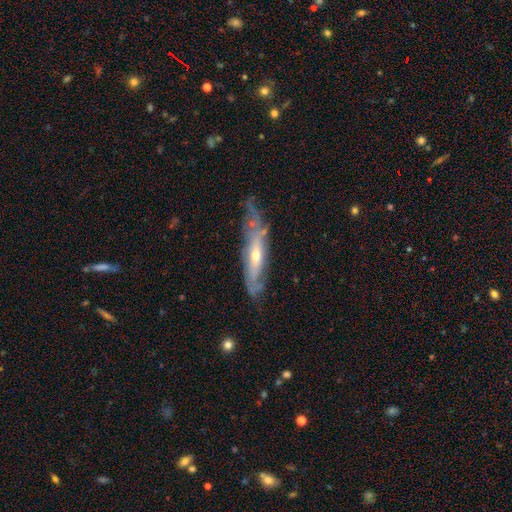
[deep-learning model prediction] Smooth or featured?
  - featured or disk: 71% *
  - smooth: 23%
  - star or artifact: 6%
Edge-on disk?
  - no: 56% *
  - yes: 44%
Merging?
  - none: 58% *
  - minor disturbance: 26%
  - major disturbance: 12%
  - merger: 4%